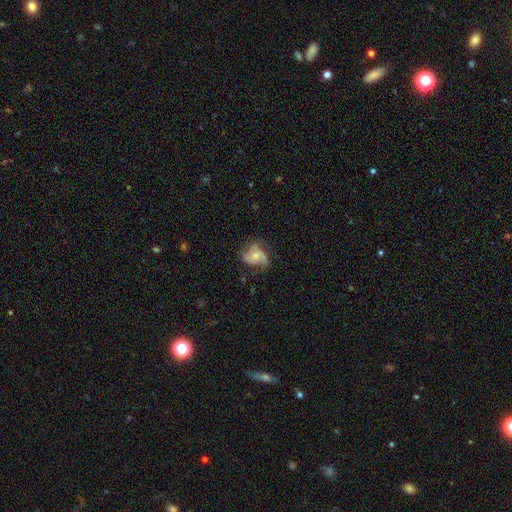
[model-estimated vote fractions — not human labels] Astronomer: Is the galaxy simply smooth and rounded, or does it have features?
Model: featured or disk — 72%.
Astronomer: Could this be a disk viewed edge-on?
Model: no — 98%.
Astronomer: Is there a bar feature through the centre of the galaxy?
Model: no — 70%.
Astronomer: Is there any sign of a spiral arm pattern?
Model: yes — 93%.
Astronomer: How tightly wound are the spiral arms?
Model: medium — 46% (runner-up: loose, 37%).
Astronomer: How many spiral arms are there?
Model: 2 — 46% (runner-up: 3, 33%).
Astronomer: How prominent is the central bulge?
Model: small — 54% (runner-up: moderate, 36%).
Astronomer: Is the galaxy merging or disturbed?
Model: none — 57%.